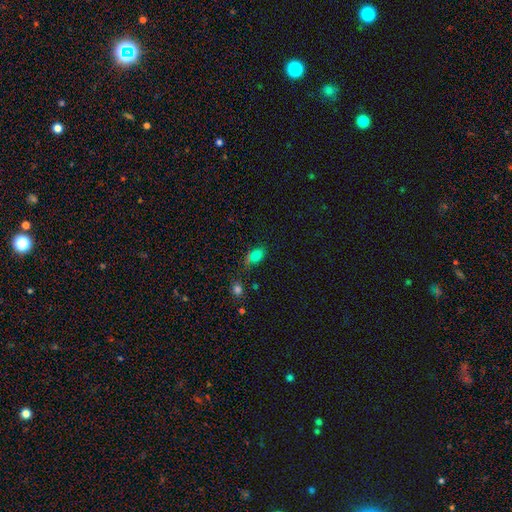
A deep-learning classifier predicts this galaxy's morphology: smooth-or-featured: smooth: 72% | star or artifact: 21% | featured or disk: 7%
  how-rounded: in between: 79% | round: 18% | cigar-shaped: 3%
  merging: none: 56% | minor disturbance: 23% | merger: 11% | major disturbance: 9%